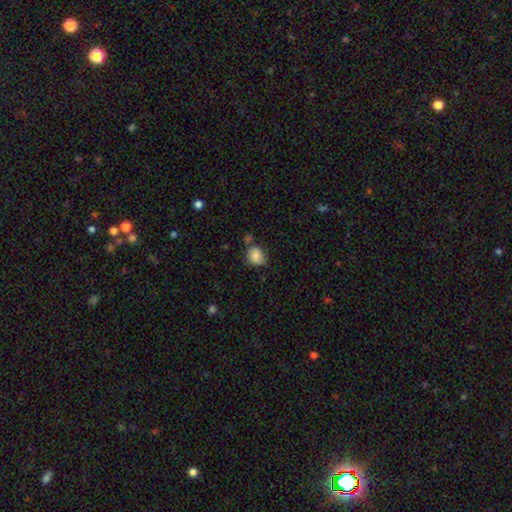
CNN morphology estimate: The model was most divided on "how rounded": round: 54%, in between: 45%, cigar-shaped: 1%. More confident: smooth or featured — smooth (82%); merging — none (53%).